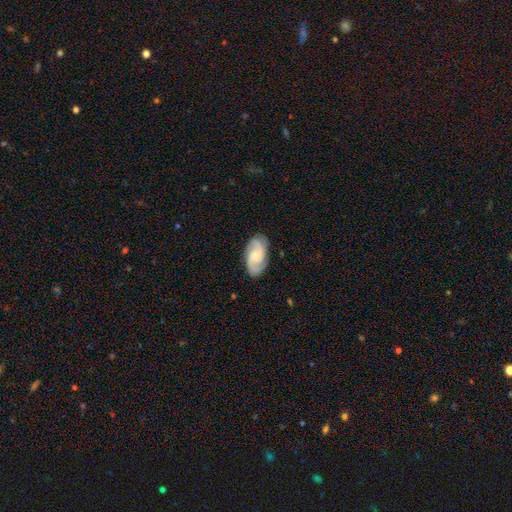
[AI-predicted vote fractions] Smooth or featured?
  - featured or disk: 81% *
  - smooth: 14%
  - star or artifact: 5%
Edge-on disk?
  - no: 97% *
  - yes: 3%
Bar?
  - no: 65% *
  - weak: 30%
  - strong: 5%
Spiral arms?
  - yes: 97% *
  - no: 3%
Spiral winding?
  - medium: 46% *
  - tight: 43%
  - loose: 12%
Spiral arm count?
  - 2: 62% *
  - 3: 22%
  - can't tell: 8%
  - 4: 3%
  - 1: 3%
  - more than 4: 2%
Bulge size?
  - small: 56% *
  - moderate: 29%
  - none: 10%
  - large: 4%
  - dominant: 1%
Merging?
  - none: 82% *
  - minor disturbance: 13%
  - major disturbance: 4%
  - merger: 1%